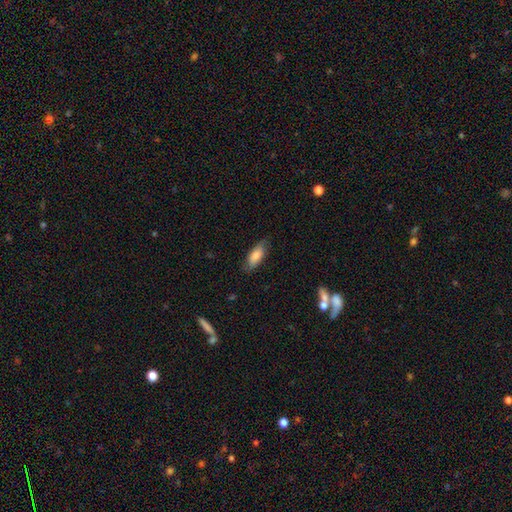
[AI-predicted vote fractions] A smooth galaxy with no disk features (78%) that is in between round and cigar-shaped (74%). Merging: none (76%).